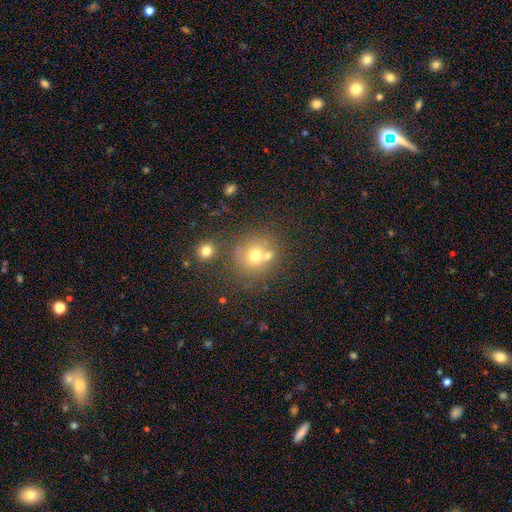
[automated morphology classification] This is likely a smooth galaxy (64%). How rounded: clearly round (87%). Merging: possibly none (57%).